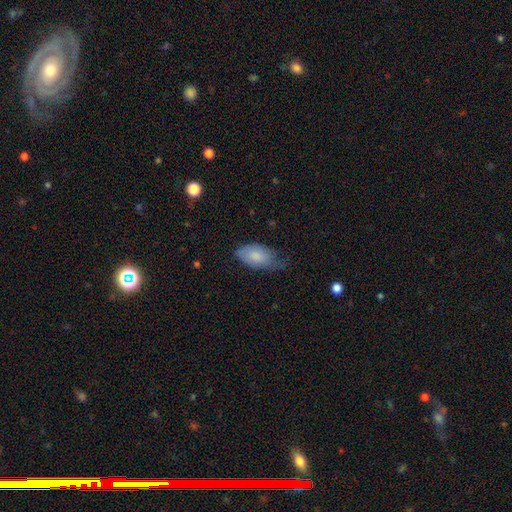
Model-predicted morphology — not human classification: A smooth galaxy with no disk features (81%) that is in between round and cigar-shaped (93%). Merging: minor disturbance (44%).